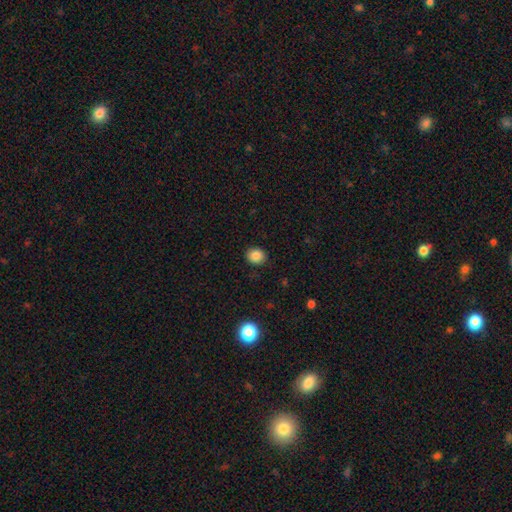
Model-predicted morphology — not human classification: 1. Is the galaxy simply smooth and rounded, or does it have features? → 86% smooth, 10% star or artifact, 4% featured or disk.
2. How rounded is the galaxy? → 66% round, 33% in between, 1% cigar-shaped.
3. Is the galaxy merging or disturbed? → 89% none, 8% minor disturbance, 2% major disturbance, 1% merger.